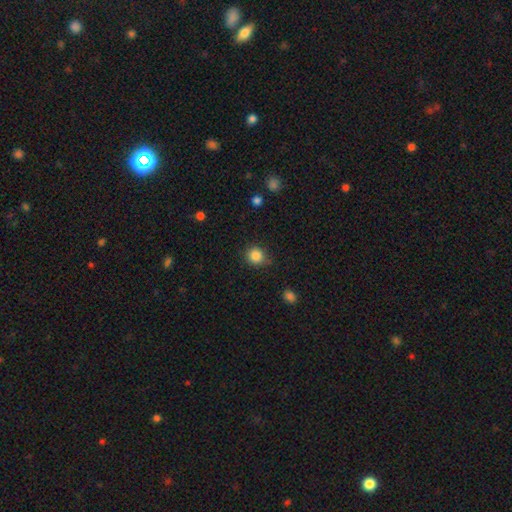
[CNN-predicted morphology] smooth_or_featured: smooth (p=0.85) [alt: star or artifact p=0.11]
how_rounded: round (p=0.88) [alt: in between p=0.11]
merging: none (p=0.78) [alt: minor disturbance p=0.16]